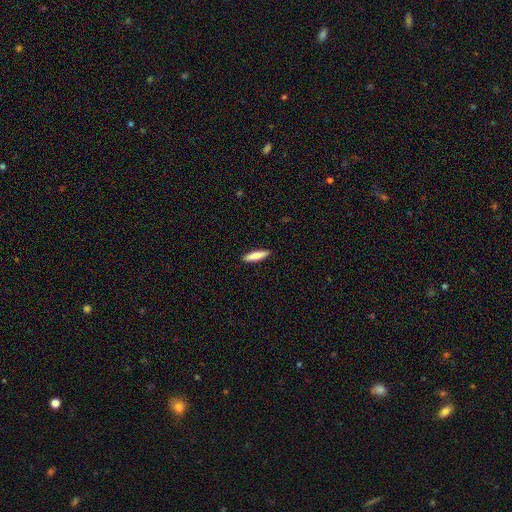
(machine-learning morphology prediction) Overall: smooth (81%). How rounded: cigar-shaped (77%). Merging: none (91%).